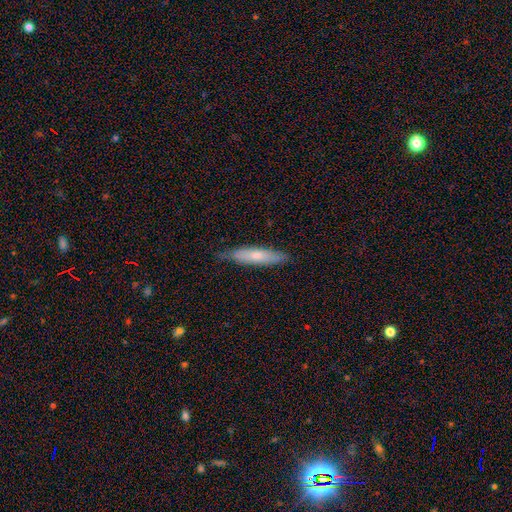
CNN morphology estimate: A smooth galaxy with no disk features (62%) that is cigar-shaped (81%).

Vote fractions:
- Smooth or featured? smooth: 62% / featured or disk: 32% / star or artifact: 6%
- How rounded? cigar-shaped: 81% / in between: 17% / round: 1%
- Merging? none: 80% / minor disturbance: 16% / major disturbance: 2% / merger: 1%